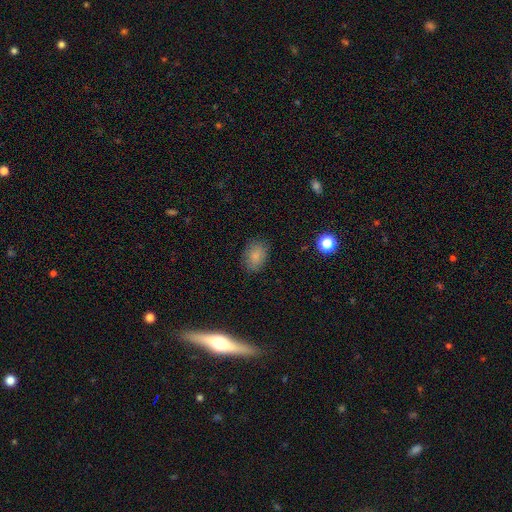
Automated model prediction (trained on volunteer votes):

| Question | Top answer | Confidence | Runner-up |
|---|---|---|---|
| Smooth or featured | smooth | 83% | star or artifact (10%) |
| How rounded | in between | 70% | round (29%) |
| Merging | none | 83% | minor disturbance (13%) |